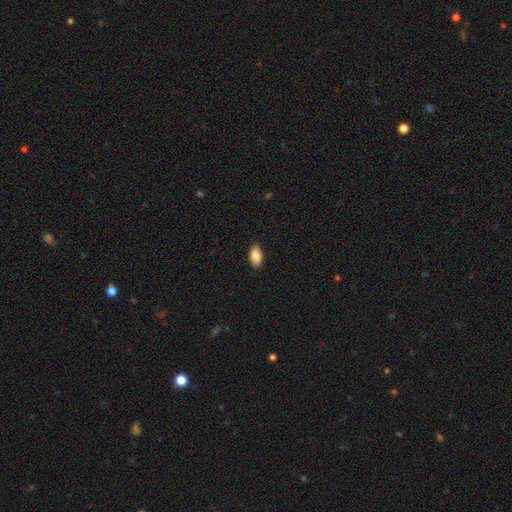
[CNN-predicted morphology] Q: Smooth or featured?
A: smooth (88%); runner-up: star or artifact (7%)
Q: How rounded?
A: in between (94%); runner-up: round (3%)
Q: Merging?
A: none (89%); runner-up: minor disturbance (9%)